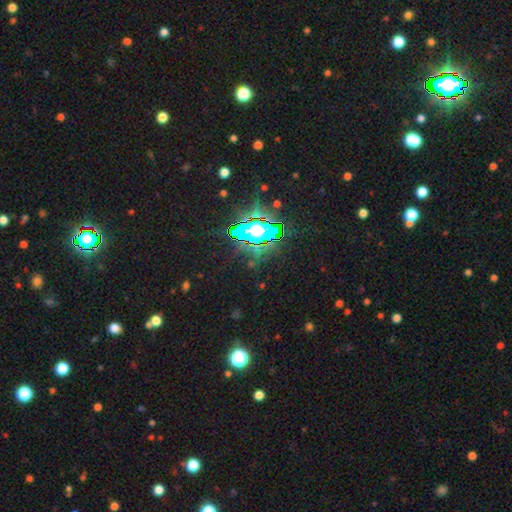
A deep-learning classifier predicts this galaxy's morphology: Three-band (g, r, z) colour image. It shows a star or artifact, not a galaxy (79%).